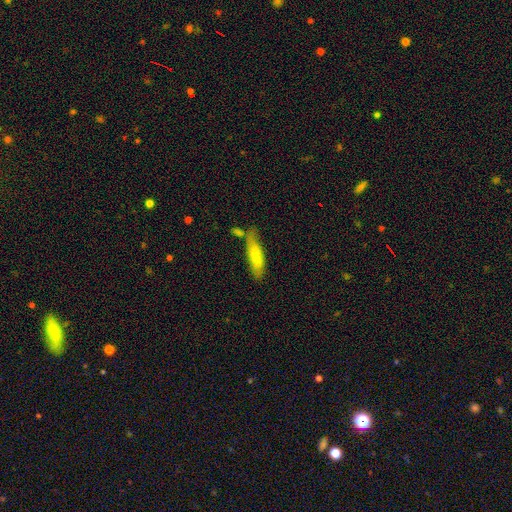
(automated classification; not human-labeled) Smooth or featured? Predicted: smooth (p=0.77). How rounded? Predicted: cigar-shaped (p=0.60). Merging? Predicted: none (p=0.57).